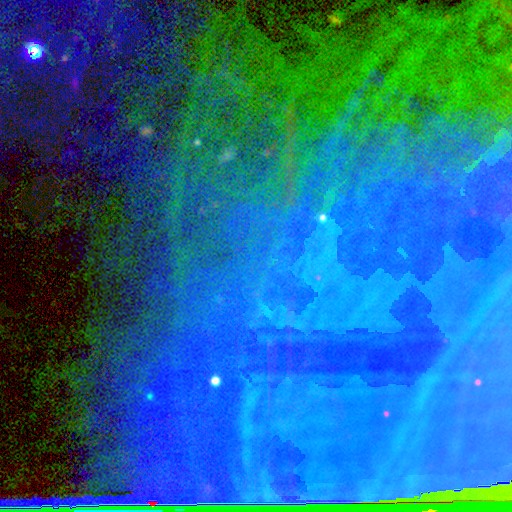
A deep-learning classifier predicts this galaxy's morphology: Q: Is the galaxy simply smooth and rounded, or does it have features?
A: star or artifact — 76%.